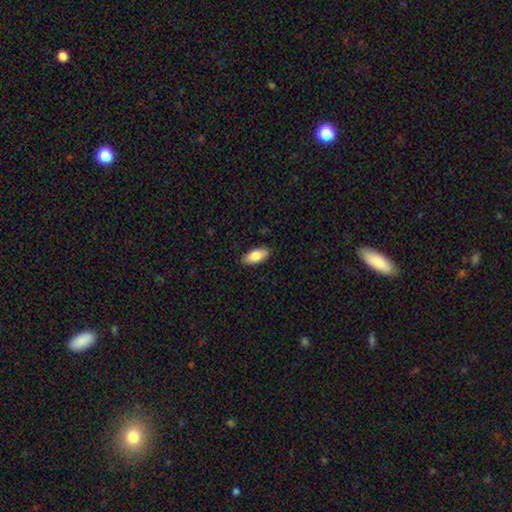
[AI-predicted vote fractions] This is clearly a smooth galaxy (81%). How rounded: clearly in between (88%). Merging: clearly none (89%).